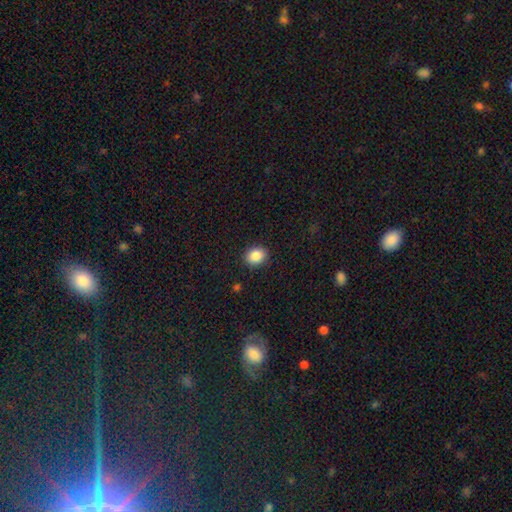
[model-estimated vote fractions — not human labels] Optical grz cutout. It shows a smooth galaxy with no disk features (87%) that is round (60%). Merging: none (90%).